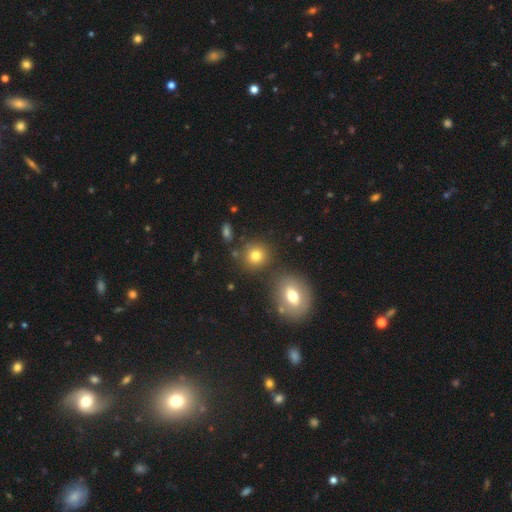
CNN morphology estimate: Smooth or featured? Predicted: smooth (p=0.77). How rounded? Predicted: round (p=0.85). Merging? Predicted: none (p=0.76).